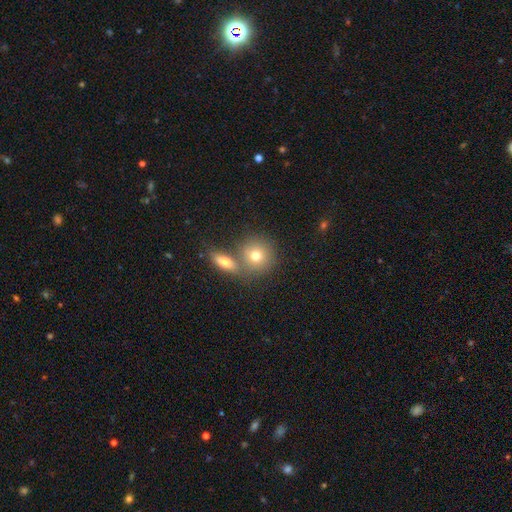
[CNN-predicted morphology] Q: Smooth or featured?
A: smooth (75%); runner-up: featured or disk (15%)
Q: How rounded?
A: round (83%); runner-up: in between (15%)
Q: Merging?
A: none (53%); runner-up: merger (36%)